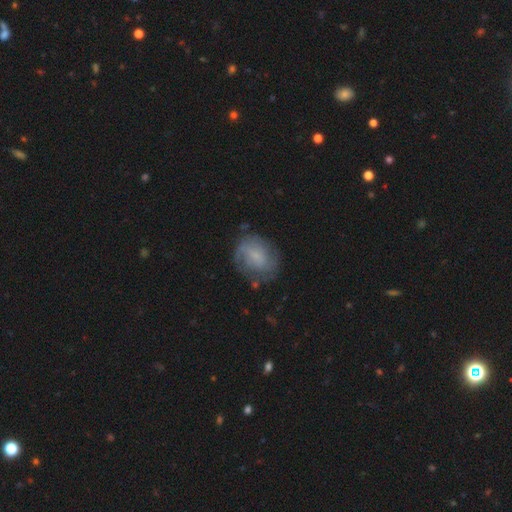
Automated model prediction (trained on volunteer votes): smooth-or-featured: featured or disk: 49% | smooth: 42% | star or artifact: 9%
  merging: none: 61% | minor disturbance: 24% | major disturbance: 13% | merger: 2%